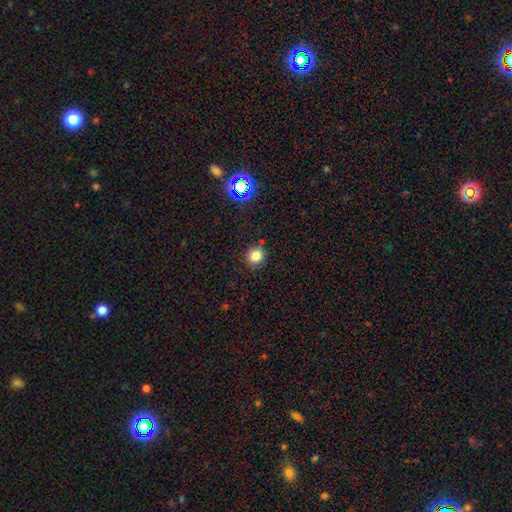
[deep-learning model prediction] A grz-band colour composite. It shows a smooth galaxy with no disk features (78%) that is round (89%). Merging: none (86%).